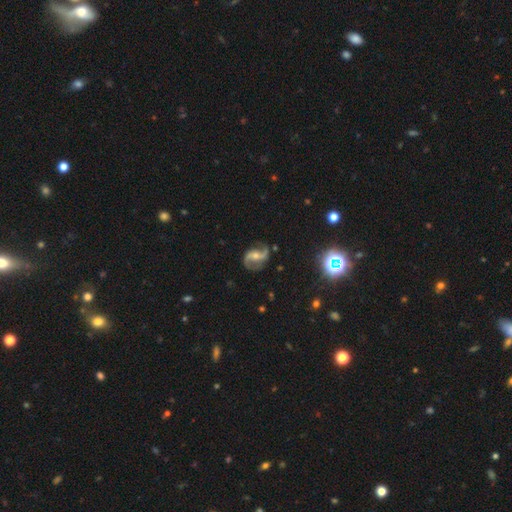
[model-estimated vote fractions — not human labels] Smooth or featured? Predicted: featured or disk (p=0.90). Edge-on disk? Predicted: no (p=0.98). Bar? Predicted: weak (p=0.37). Spiral arms? Predicted: yes (p=0.97). Spiral winding? Predicted: loose (p=0.46). Spiral arm count? Predicted: 2 (p=0.93). Bulge size? Predicted: small (p=0.47, tied with moderate). Merging? Predicted: none (p=0.78).